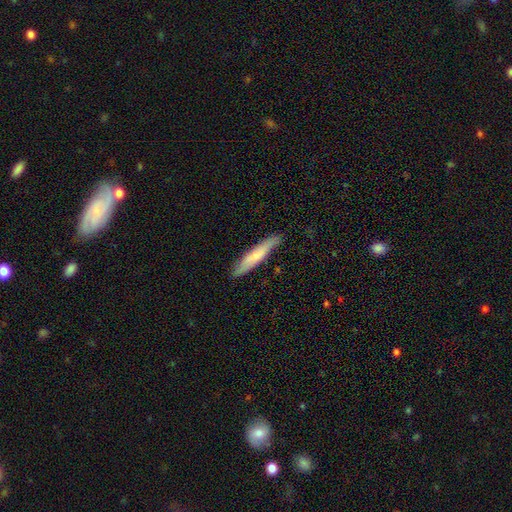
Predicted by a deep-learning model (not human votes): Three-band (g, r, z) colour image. It shows a smooth galaxy with no disk features (63%) that is cigar-shaped (91%). Merging: none (83%).